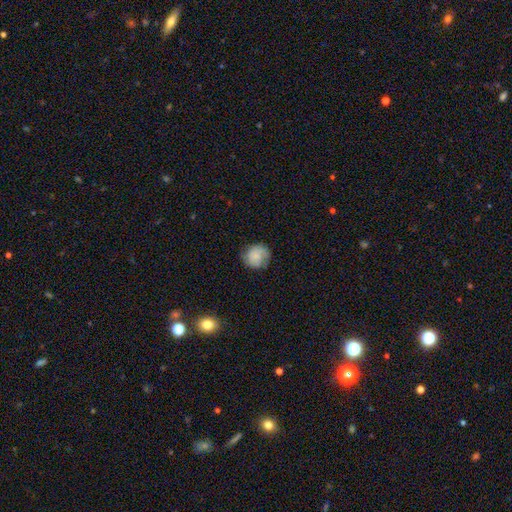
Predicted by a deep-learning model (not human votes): Smooth or featured: smooth — 75% (featured or disk — 17%)
How rounded: round — 85% (in between — 14%)
Merging: none — 72% (minor disturbance — 21%)